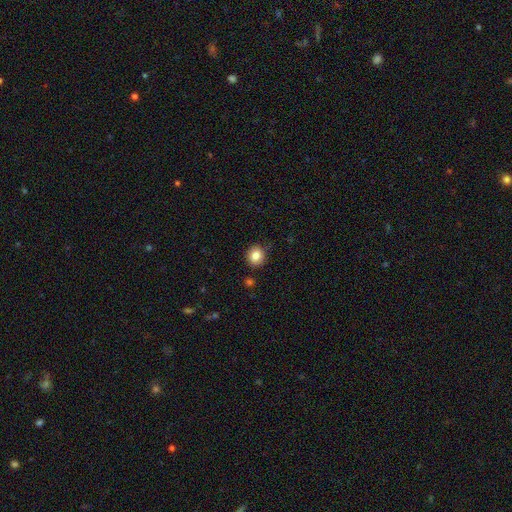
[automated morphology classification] smooth 85%, star or artifact 10%, featured or disk 6%. Down the decision tree: how rounded — round (85%); merging — none (86%).